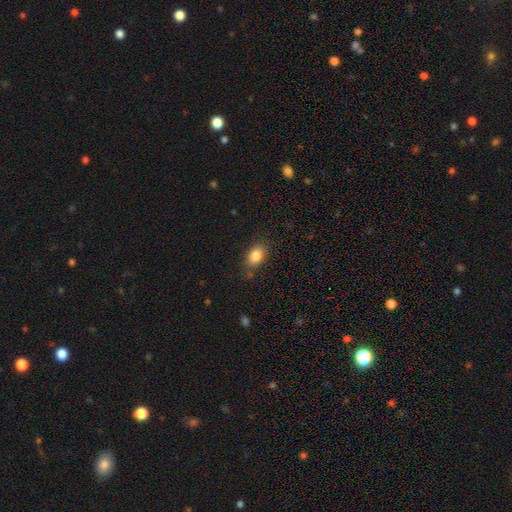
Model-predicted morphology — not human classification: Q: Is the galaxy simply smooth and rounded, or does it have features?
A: smooth — 84%.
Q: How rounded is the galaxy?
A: in between — 78%.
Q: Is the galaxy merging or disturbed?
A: none — 78%.